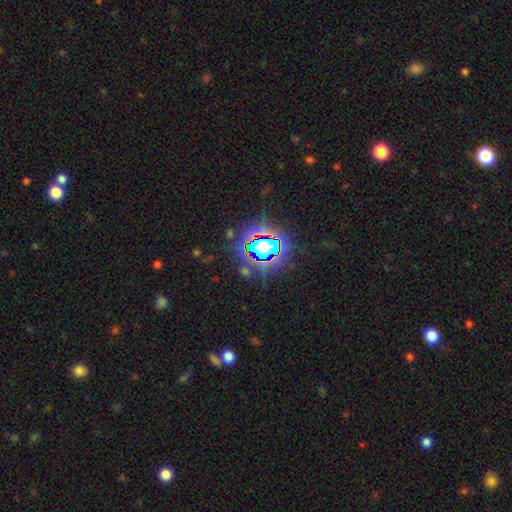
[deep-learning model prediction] The model was most divided on "smooth or featured": star or artifact: 82%, smooth: 11%, featured or disk: 7%.